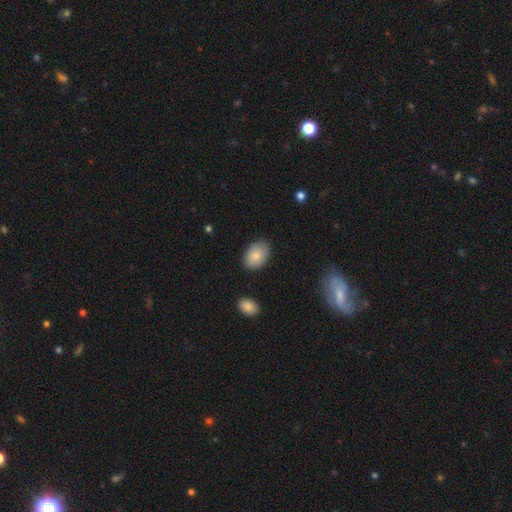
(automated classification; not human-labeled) The model was most divided on "merging": none: 81%, minor disturbance: 14%, major disturbance: 3%, merger: 2%. More confident: how rounded — in between (84%); smooth or featured — smooth (82%).